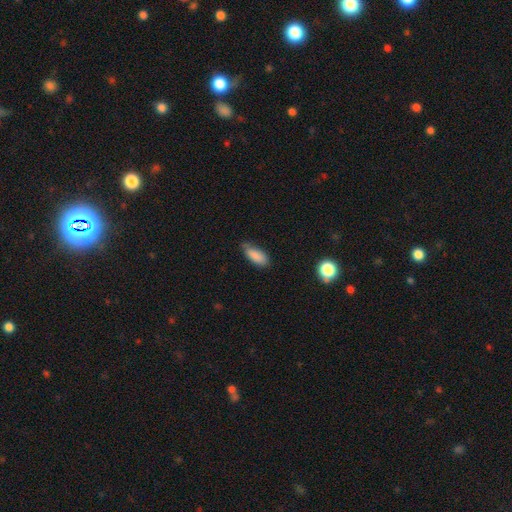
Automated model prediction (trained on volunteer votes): Overall: smooth (86%). How rounded: in between (82%). Merging: none (63%; minor disturbance 30%).